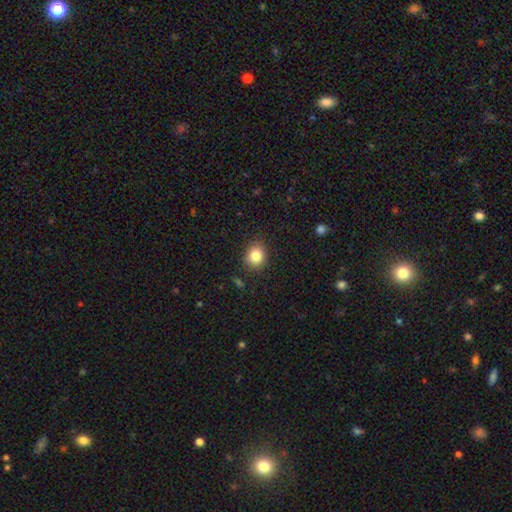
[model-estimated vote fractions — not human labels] This appears to be a smooth galaxy with no disk features (83%) that is round (71%). Merging: none (84%).